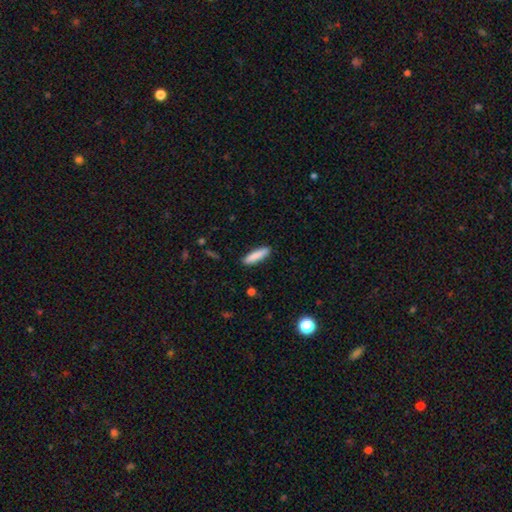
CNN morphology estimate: This appears to be a smooth galaxy with no disk features (87%) that is cigar-shaped (75%). Merging: none (89%).